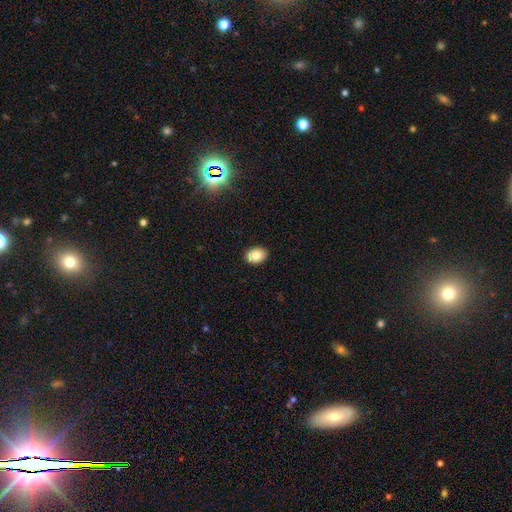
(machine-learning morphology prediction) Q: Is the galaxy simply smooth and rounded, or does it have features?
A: smooth — 82%.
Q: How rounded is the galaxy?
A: in between — 76%.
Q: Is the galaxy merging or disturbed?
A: none — 90%.